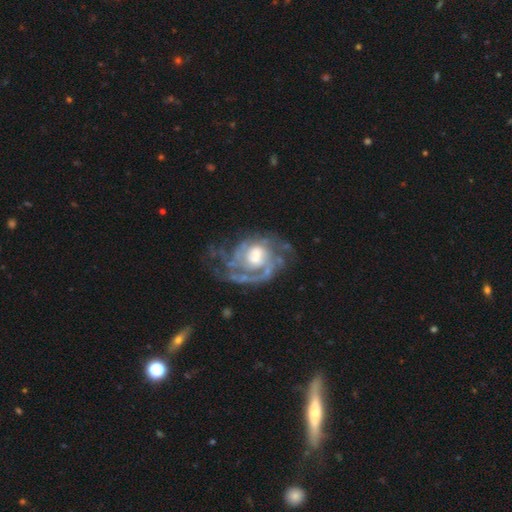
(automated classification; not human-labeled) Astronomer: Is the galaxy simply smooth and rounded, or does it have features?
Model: featured or disk — 86%.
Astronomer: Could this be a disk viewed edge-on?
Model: no — 98%.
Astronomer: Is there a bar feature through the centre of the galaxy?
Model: no — 60%.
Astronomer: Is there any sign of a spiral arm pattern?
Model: yes — 91%.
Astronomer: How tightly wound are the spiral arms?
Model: tight — 52% (runner-up: medium, 36%).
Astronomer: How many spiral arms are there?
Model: can't tell — 36% (runner-up: 2, 27%).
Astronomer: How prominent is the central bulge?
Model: moderate — 50% (runner-up: large, 29%).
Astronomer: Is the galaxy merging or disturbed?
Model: none — 52%.